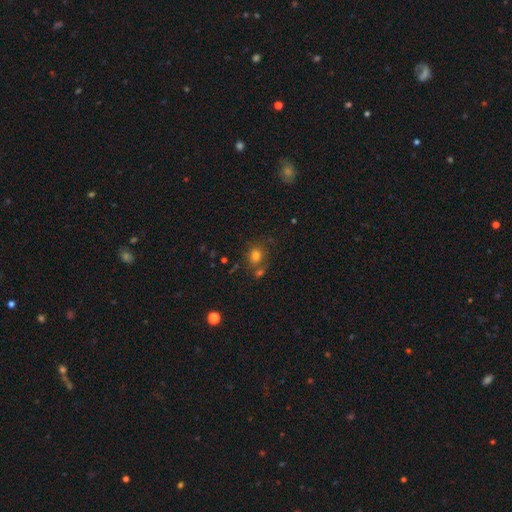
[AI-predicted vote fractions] A smooth galaxy with no disk features (76%) that is round (66%). Merging: none (59%).